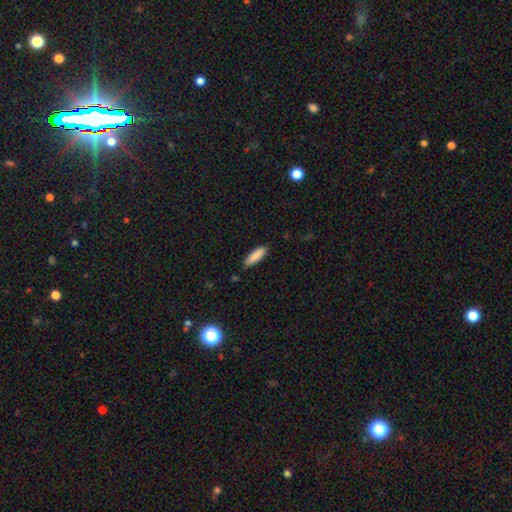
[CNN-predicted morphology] Smooth or featured? smooth (88%)
How rounded? cigar-shaped (57%)
Merging? none (84%)